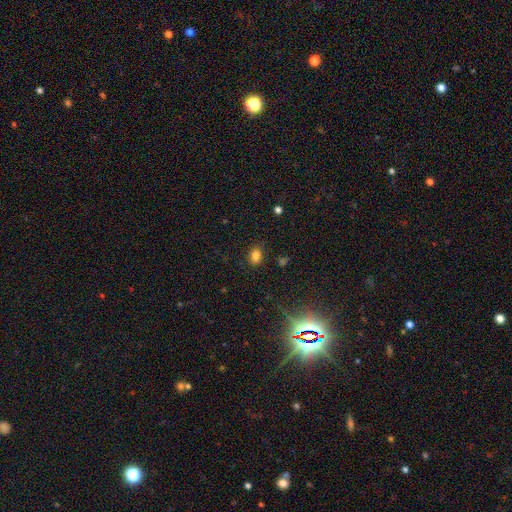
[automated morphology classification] smooth_or_featured: smooth (p=0.81) [alt: star or artifact p=0.13]
how_rounded: in between (p=0.70) [alt: round p=0.29]
merging: none (p=0.84) [alt: minor disturbance p=0.11]